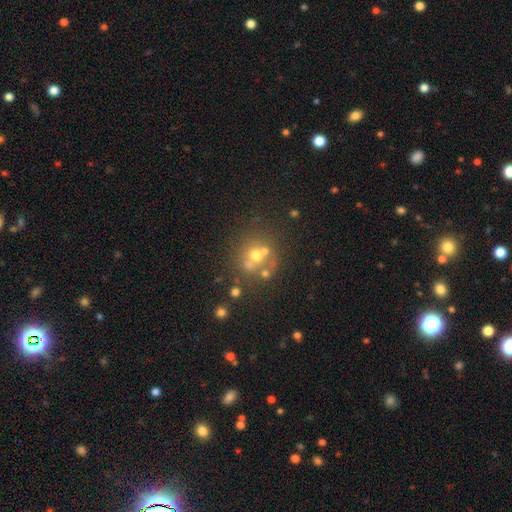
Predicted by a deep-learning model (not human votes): The model was most divided on "merging": none: 50%, merger: 32%, minor disturbance: 11%, major disturbance: 7%. More confident: how rounded — round (80%); smooth or featured — smooth (51%).